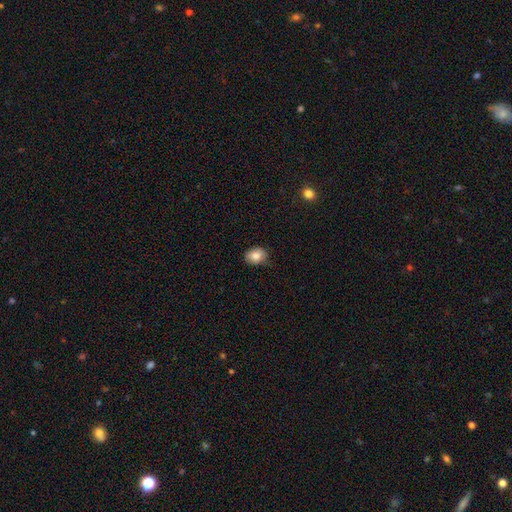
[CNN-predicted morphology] smooth_or_featured: smooth (p=0.83) [alt: star or artifact p=0.09]
how_rounded: in between (p=0.56) [alt: round p=0.43]
merging: none (p=0.75) [alt: minor disturbance p=0.21]